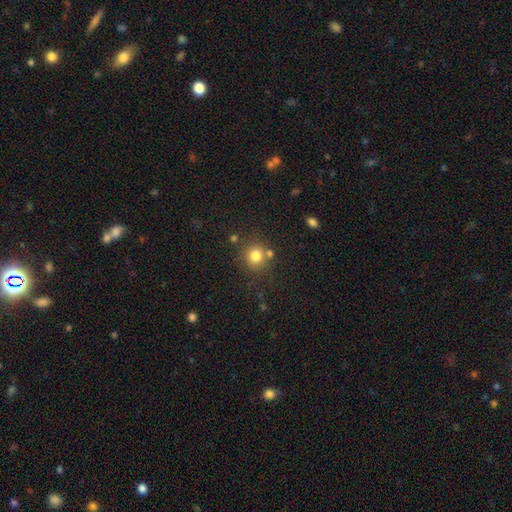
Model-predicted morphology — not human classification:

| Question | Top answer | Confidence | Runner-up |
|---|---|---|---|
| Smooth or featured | smooth | 79% | star or artifact (14%) |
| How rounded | round | 90% | in between (9%) |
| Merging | none | 74% | merger (13%) |